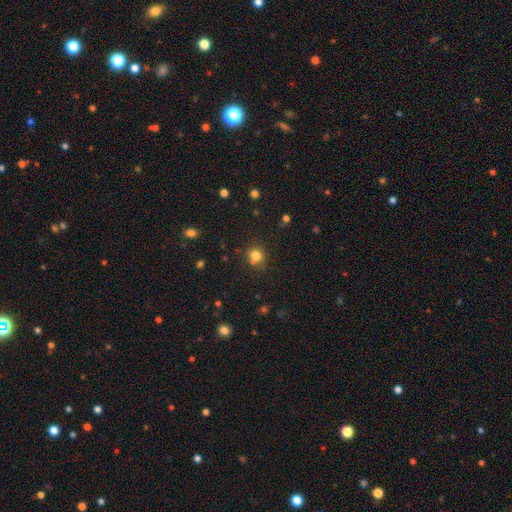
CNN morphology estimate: smooth 76%, star or artifact 16%, featured or disk 8%. Down the decision tree: how rounded — round (84%); merging — none (63%).